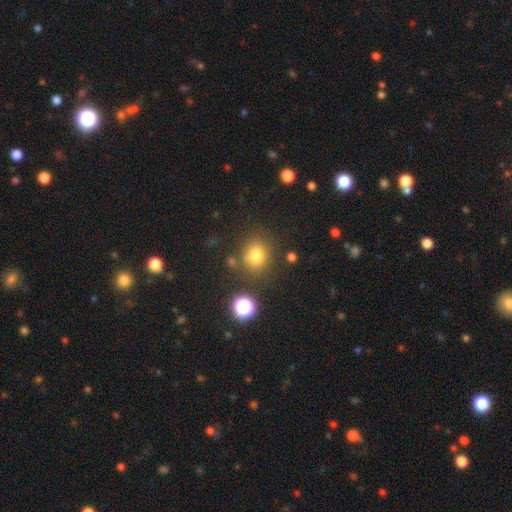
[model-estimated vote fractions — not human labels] Q: Smooth or featured?
A: smooth (77%); runner-up: star or artifact (16%)
Q: How rounded?
A: round (82%); runner-up: in between (18%)
Q: Merging?
A: none (78%); runner-up: minor disturbance (11%)